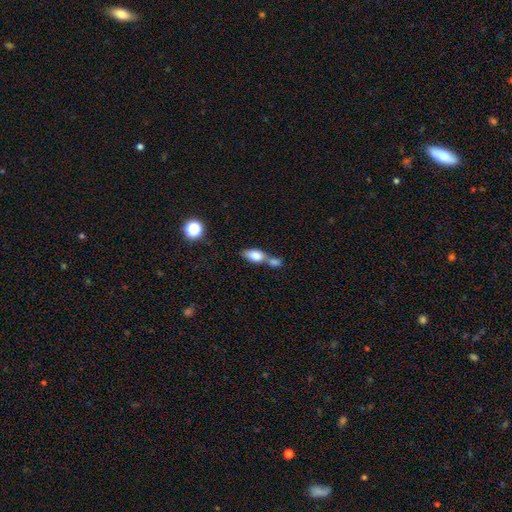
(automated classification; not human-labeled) Q: Smooth or featured?
A: smooth (78%); runner-up: featured or disk (13%)
Q: How rounded?
A: in between (83%); runner-up: cigar-shaped (9%)
Q: Merging?
A: merger (61%); runner-up: none (25%)